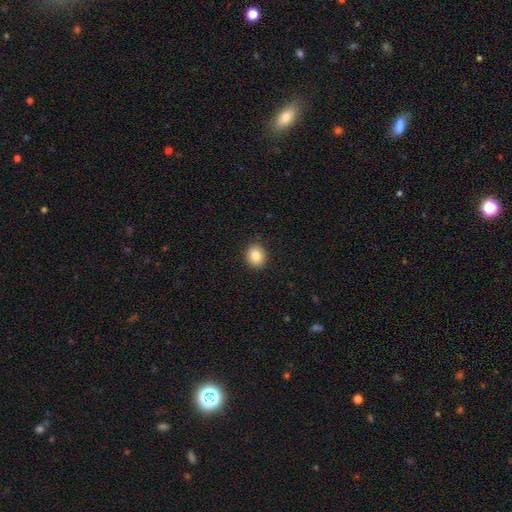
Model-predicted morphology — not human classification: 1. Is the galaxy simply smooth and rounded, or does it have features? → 84% smooth, 9% star or artifact, 7% featured or disk.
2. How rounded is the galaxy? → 75% round, 24% in between, 1% cigar-shaped.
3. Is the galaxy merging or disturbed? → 91% none, 6% minor disturbance, 2% major disturbance, 1% merger.